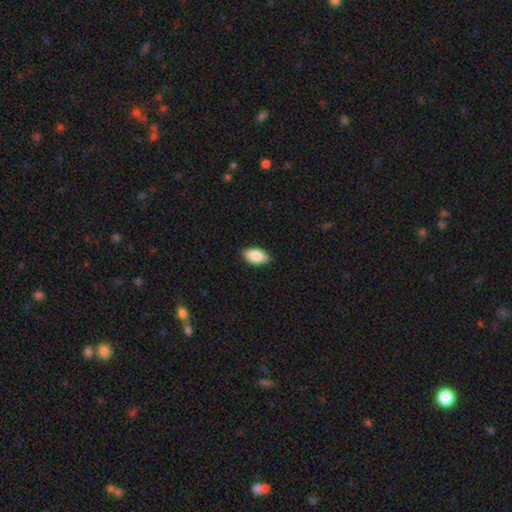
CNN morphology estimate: A smooth galaxy with no disk features (87%) that is in between round and cigar-shaped (94%).

Vote fractions:
- Smooth or featured? smooth: 87% / featured or disk: 7% / star or artifact: 6%
- How rounded? in between: 94% / cigar-shaped: 3% / round: 3%
- Merging? none: 89% / minor disturbance: 8% / major disturbance: 2% / merger: 1%